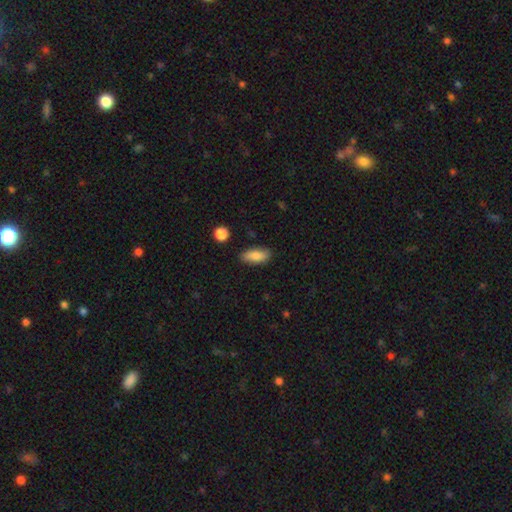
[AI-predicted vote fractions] Smooth or featured? smooth (84%)
How rounded? in between (83%)
Merging? none (84%)